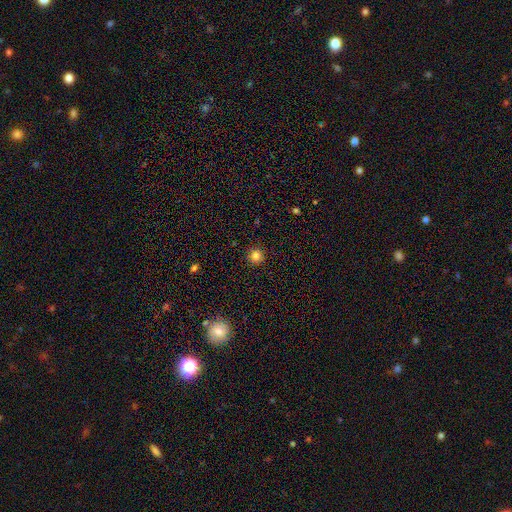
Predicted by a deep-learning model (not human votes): smooth-or-featured: smooth: 82% | star or artifact: 13% | featured or disk: 4%
  how-rounded: round: 95% | in between: 4% | cigar-shaped: 1%
  merging: none: 91% | minor disturbance: 6% | major disturbance: 2% | merger: 1%